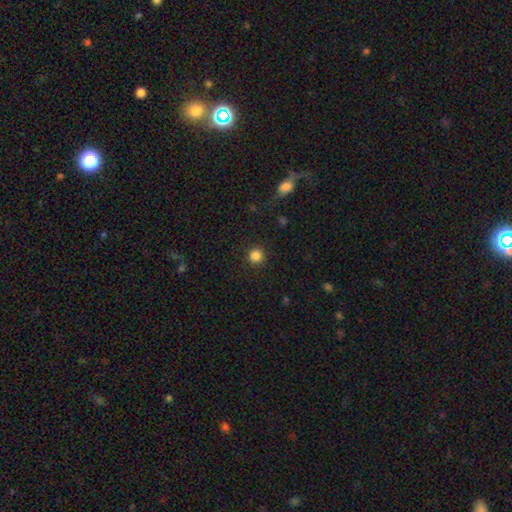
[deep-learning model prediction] Smooth or featured? smooth (85%)
How rounded? round (95%)
Merging? none (91%)